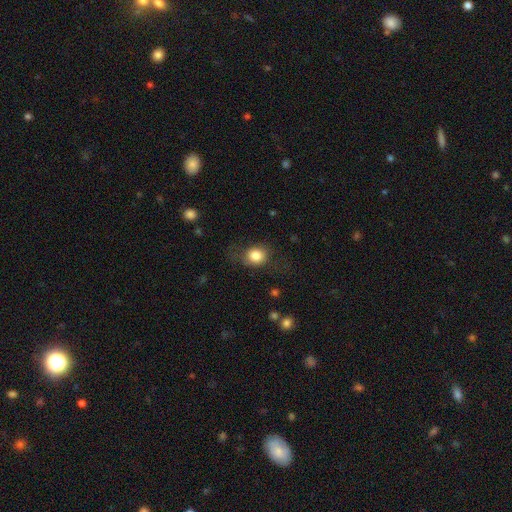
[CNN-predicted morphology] This appears to be a smooth galaxy with no disk features (82%) that is round (62%). Merging: none (64%).